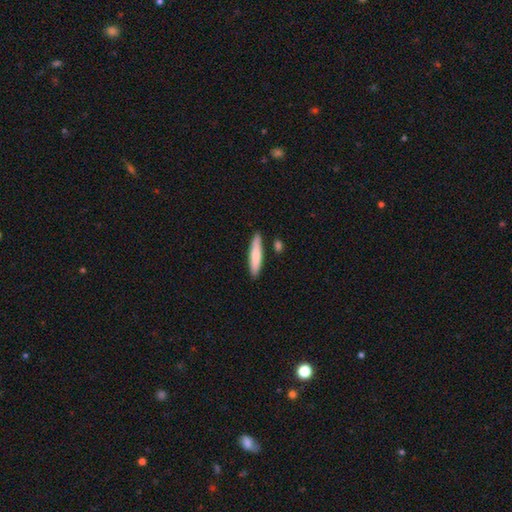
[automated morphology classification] A smooth galaxy with no disk features (75%) that is cigar-shaped (85%).

Vote fractions:
- Smooth or featured? smooth: 75% / featured or disk: 20% / star or artifact: 5%
- How rounded? cigar-shaped: 85% / in between: 14% / round: 1%
- Merging? none: 85% / minor disturbance: 9% / merger: 4% / major disturbance: 2%